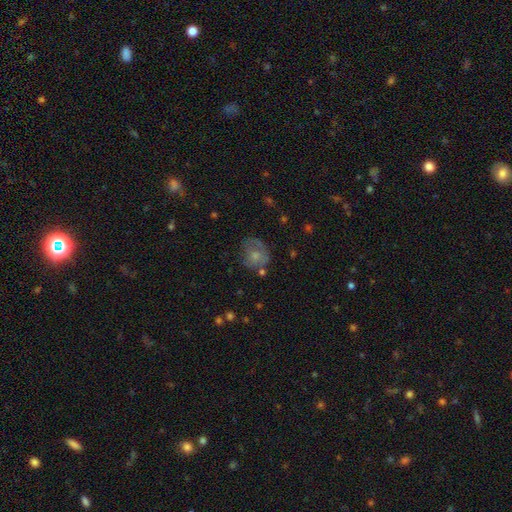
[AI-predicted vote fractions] smooth 59%, featured or disk 31%, star or artifact 10%. Down the decision tree: how rounded — round (63%); merging — none (45%).